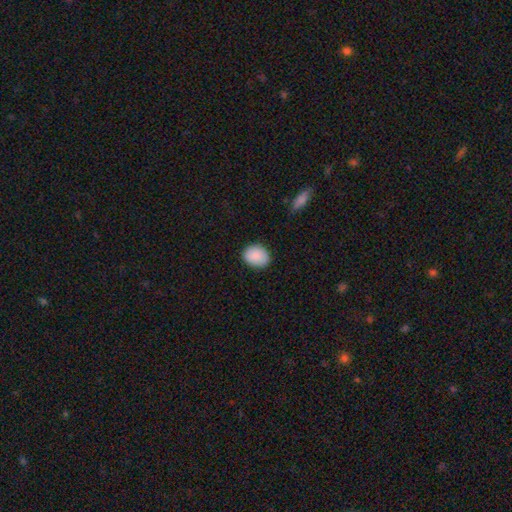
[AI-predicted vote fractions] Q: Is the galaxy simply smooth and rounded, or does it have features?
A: smooth — 89%.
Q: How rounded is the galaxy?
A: round — 52%.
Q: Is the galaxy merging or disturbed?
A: none — 83%.